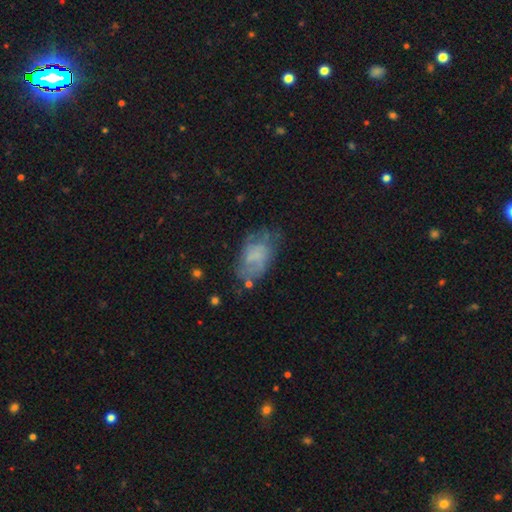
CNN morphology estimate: type=smooth (47%); merging=none (49%).